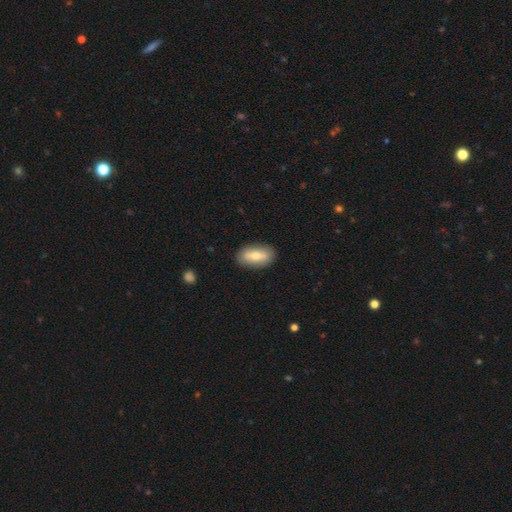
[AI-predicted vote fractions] smooth_or_featured: smooth (p=0.67) [alt: featured or disk p=0.26]
how_rounded: in between (p=0.88) [alt: cigar-shaped p=0.07]
merging: none (p=0.86) [alt: minor disturbance p=0.10]